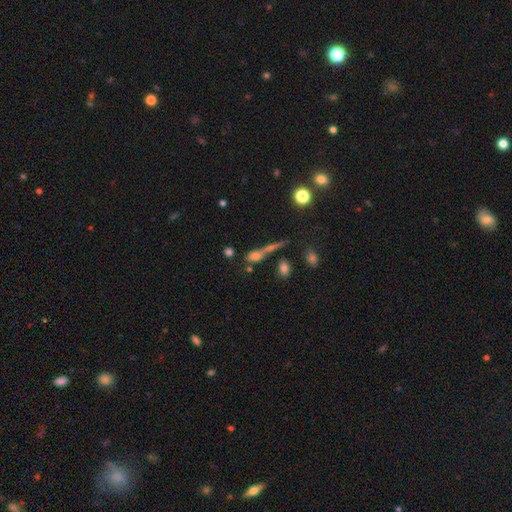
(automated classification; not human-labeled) A smooth galaxy with no disk features (62%) that is in between round and cigar-shaped (48%). Merging: none (43%).